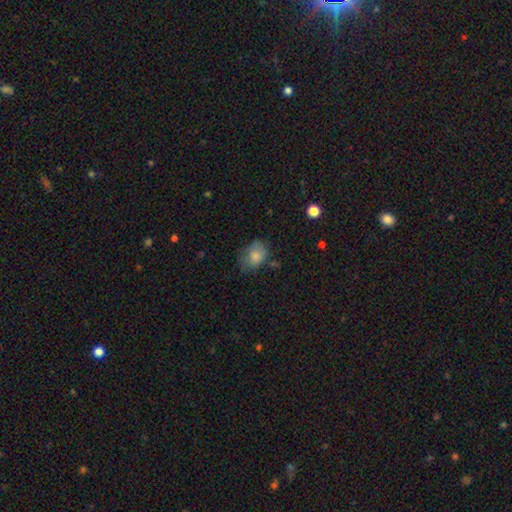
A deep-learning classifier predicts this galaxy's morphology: A smooth galaxy with no disk features (79%) that is in between round and cigar-shaped (70%).

Vote fractions:
- Smooth or featured? smooth: 79% / featured or disk: 12% / star or artifact: 8%
- How rounded? in between: 70% / round: 29% / cigar-shaped: 1%
- Merging? none: 50% / minor disturbance: 34% / major disturbance: 13% / merger: 3%